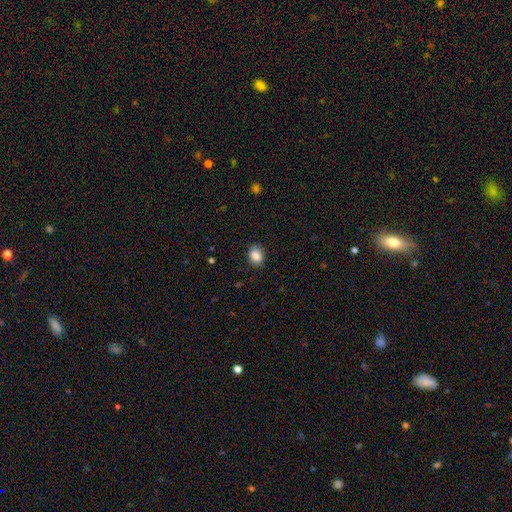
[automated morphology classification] Smooth or featured?
  - smooth: 86% *
  - star or artifact: 9%
  - featured or disk: 5%
How rounded?
  - in between: 59% *
  - round: 40%
  - cigar-shaped: 1%
Merging?
  - none: 82% *
  - minor disturbance: 14%
  - major disturbance: 3%
  - merger: 1%